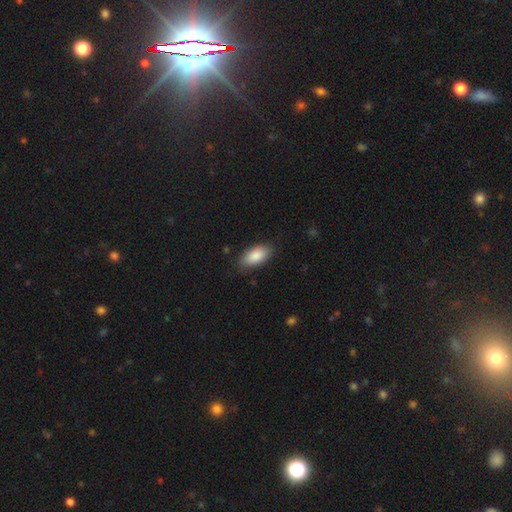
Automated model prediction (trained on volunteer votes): Smooth or featured? Predicted: smooth (p=0.88). How rounded? Predicted: in between (p=0.92). Merging? Predicted: none (p=0.81).